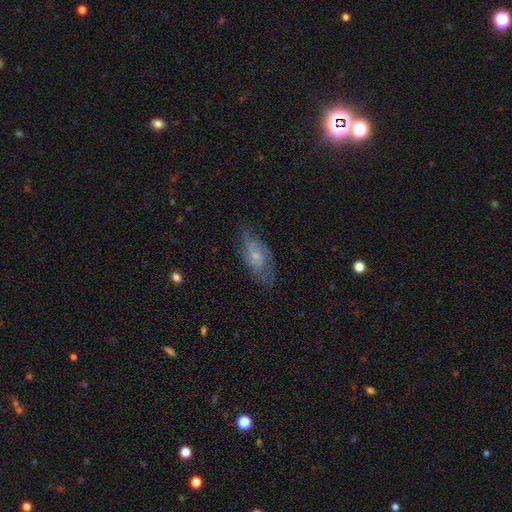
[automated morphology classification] smooth_or_featured: featured or disk (p=0.68) [alt: smooth p=0.24]
disk_edge_on: no (p=0.93) [alt: yes p=0.07]
bar: no (p=0.63) [alt: weak p=0.31]
has_spiral_arms: yes (p=0.87) [alt: no p=0.13]
spiral_winding: medium (p=0.47) [alt: tight p=0.31]
spiral_arm_count: 2 (p=0.53) [alt: can't tell p=0.26]
bulge_size: small (p=0.63) [alt: moderate p=0.28]
merging: none (p=0.63) [alt: minor disturbance p=0.24]